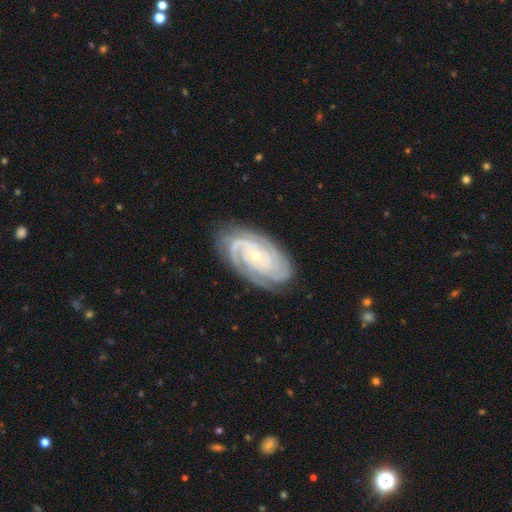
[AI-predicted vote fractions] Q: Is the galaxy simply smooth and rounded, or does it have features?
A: featured or disk — 90%.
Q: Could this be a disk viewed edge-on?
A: no — 96%.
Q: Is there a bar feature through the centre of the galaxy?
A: no — 73%.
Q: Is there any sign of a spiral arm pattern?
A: yes — 98%.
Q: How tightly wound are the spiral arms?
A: tight — 78%.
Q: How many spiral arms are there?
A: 3 — 33%.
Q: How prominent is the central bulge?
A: small — 75%.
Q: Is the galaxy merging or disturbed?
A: none — 79%.